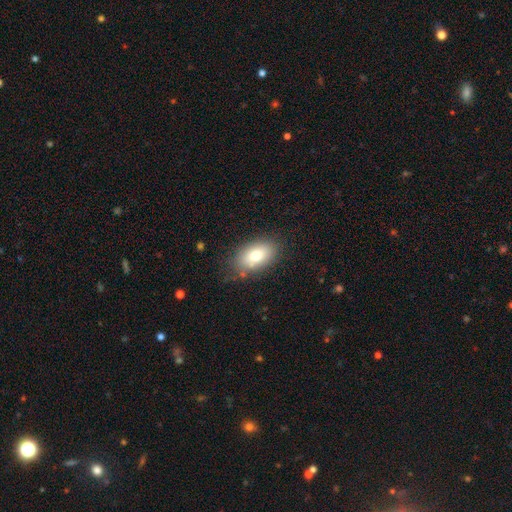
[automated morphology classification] The model was most divided on "smooth or featured": smooth: 75%, featured or disk: 16%, star or artifact: 9%. More confident: how rounded — in between (89%); merging — none (79%).